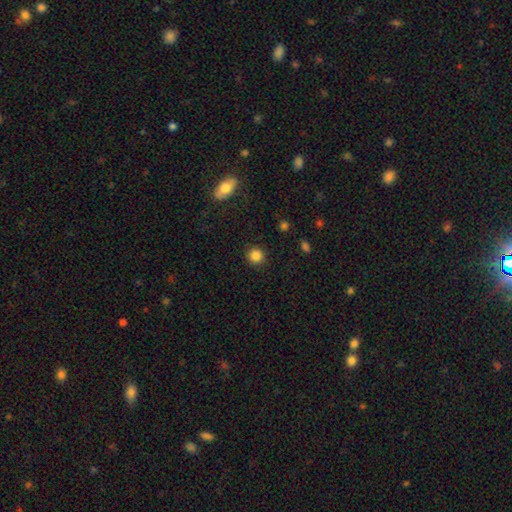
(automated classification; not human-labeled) smooth 85%, star or artifact 11%, featured or disk 4%. Down the decision tree: how rounded — round (92%); merging — none (91%).